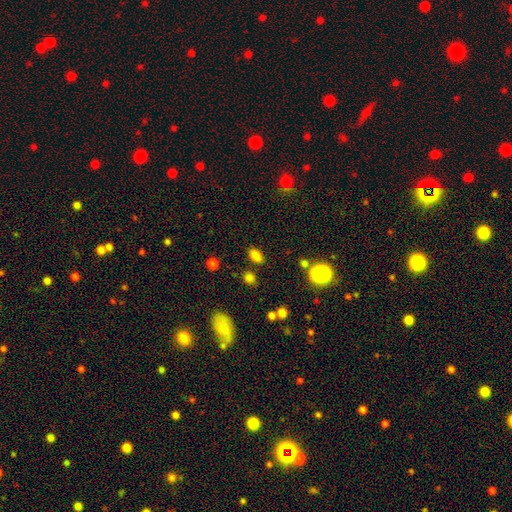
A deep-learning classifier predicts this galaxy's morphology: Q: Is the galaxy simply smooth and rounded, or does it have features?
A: smooth — 81%.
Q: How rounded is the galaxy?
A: in between — 85%.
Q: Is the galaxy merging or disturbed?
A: none — 81%.